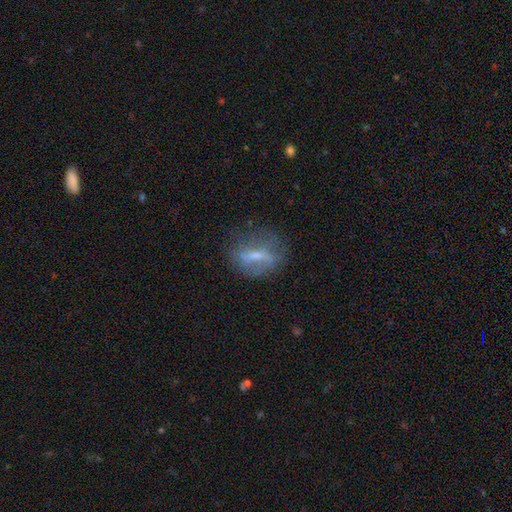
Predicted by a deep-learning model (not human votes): The model was most divided on "smooth or featured": featured or disk: 53%, smooth: 35%, star or artifact: 12%. More confident: edge-on disk — no (80%); merging — none (63%).